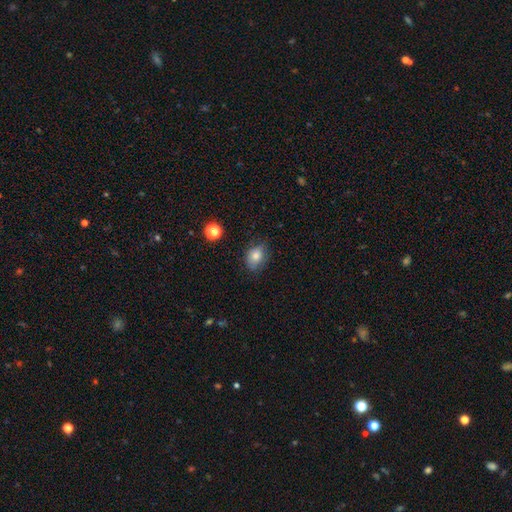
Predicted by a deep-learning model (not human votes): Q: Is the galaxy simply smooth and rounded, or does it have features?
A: smooth — 79%.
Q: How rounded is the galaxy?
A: in between — 66%.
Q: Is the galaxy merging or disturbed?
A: none — 68%.